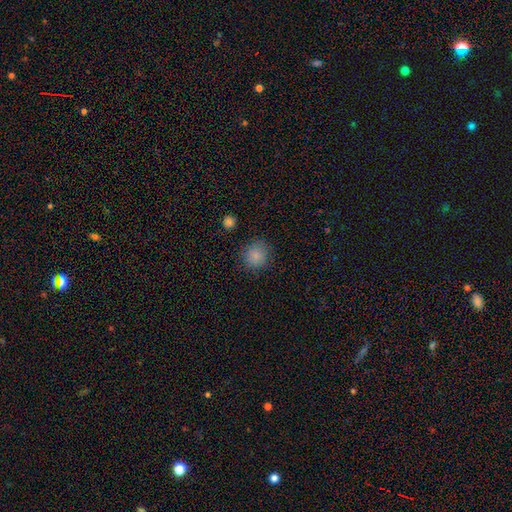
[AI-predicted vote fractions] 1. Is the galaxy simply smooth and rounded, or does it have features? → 84% smooth, 11% star or artifact, 5% featured or disk.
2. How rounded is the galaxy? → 91% round, 8% in between, 1% cigar-shaped.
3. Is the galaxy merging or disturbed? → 85% none, 10% minor disturbance, 3% major disturbance, 1% merger.